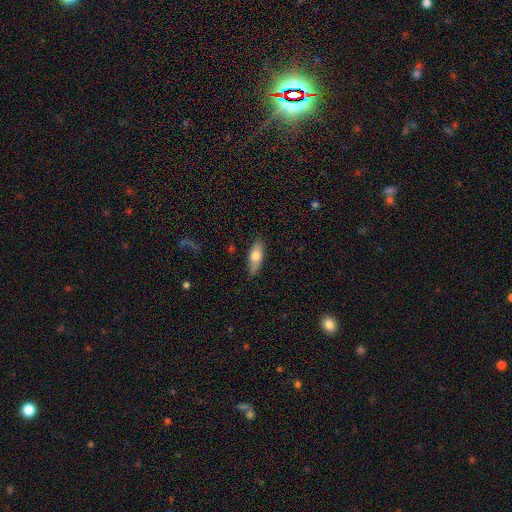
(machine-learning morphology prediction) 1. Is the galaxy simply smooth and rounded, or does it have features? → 64% smooth, 30% featured or disk, 6% star or artifact.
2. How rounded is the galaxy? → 63% in between, 34% cigar-shaped, 3% round.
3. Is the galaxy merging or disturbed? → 85% none, 11% minor disturbance, 2% major disturbance, 1% merger.